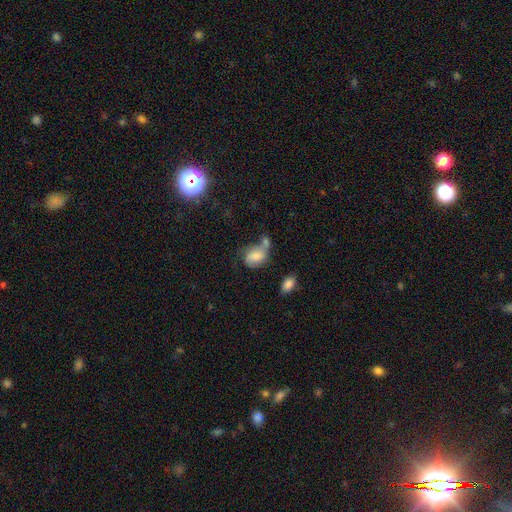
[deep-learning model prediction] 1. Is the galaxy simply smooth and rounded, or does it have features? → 68% smooth, 23% featured or disk, 10% star or artifact.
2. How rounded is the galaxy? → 75% in between, 23% round, 2% cigar-shaped.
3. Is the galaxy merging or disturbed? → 33% merger, 30% none, 21% minor disturbance, 16% major disturbance.